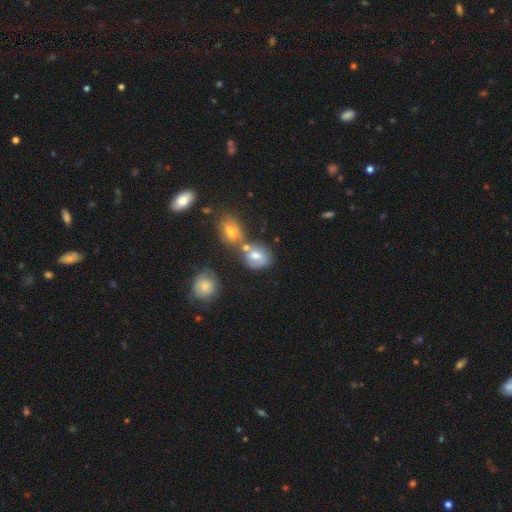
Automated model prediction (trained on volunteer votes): Morphology: type=smooth (60%); roundness=in between (54%); merging=merger (38%, tied with none).